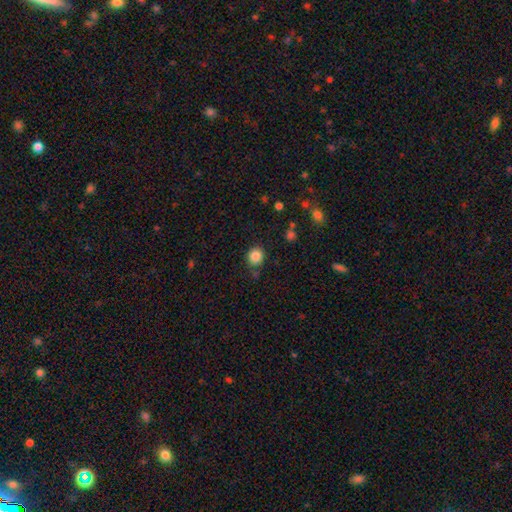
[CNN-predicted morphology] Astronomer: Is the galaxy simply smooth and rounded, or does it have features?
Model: smooth — 85%.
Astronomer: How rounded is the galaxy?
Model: round — 87%.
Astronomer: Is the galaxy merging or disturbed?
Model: none — 81%.